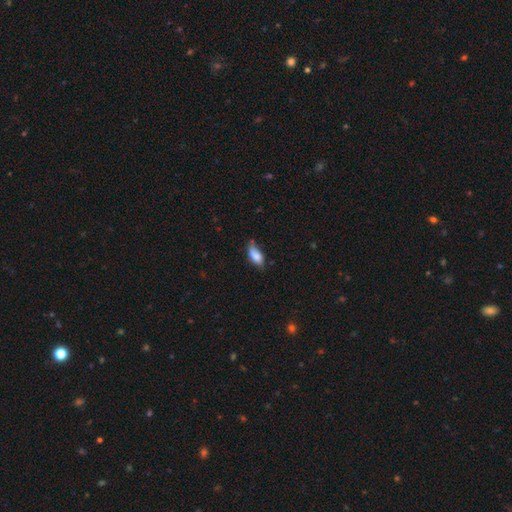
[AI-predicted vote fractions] This is clearly a smooth galaxy (83%). How rounded: clearly in between (85%). Merging: possibly none (51%).